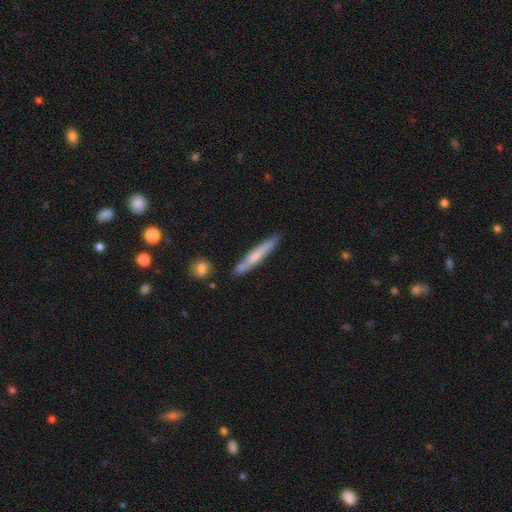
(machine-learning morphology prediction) This appears to be a smooth galaxy with no disk features (59%) that is cigar-shaped (95%). Merging: none (78%).